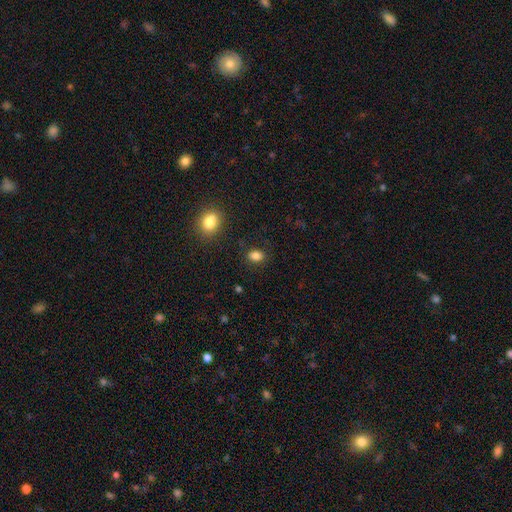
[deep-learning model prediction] A smooth galaxy with no disk features (84%) that is in between round and cigar-shaped (69%). Merging: none (84%).